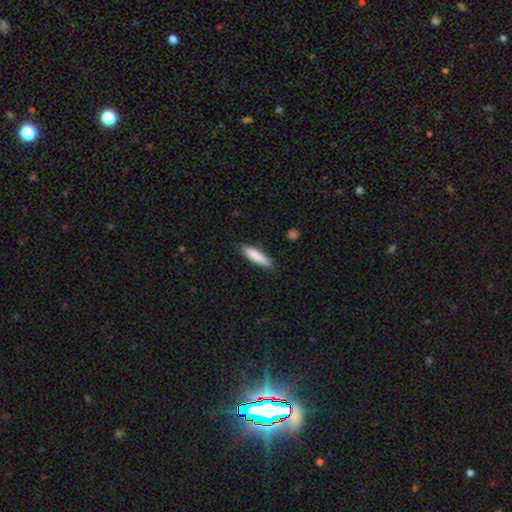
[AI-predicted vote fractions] A smooth galaxy with no disk features (84%) that is cigar-shaped (77%). Merging: none (84%).